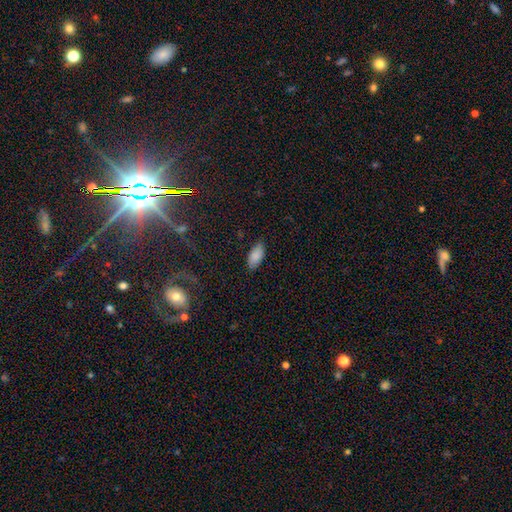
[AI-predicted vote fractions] Smooth or featured: smooth — 87% (star or artifact — 7%)
How rounded: in between — 91% (cigar-shaped — 7%)
Merging: none — 84% (minor disturbance — 13%)